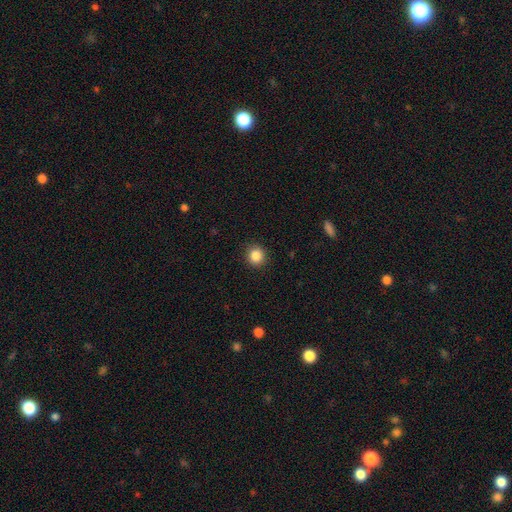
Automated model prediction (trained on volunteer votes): Q: Smooth or featured?
A: smooth (86%); runner-up: star or artifact (10%)
Q: How rounded?
A: round (90%); runner-up: in between (9%)
Q: Merging?
A: none (91%); runner-up: minor disturbance (6%)